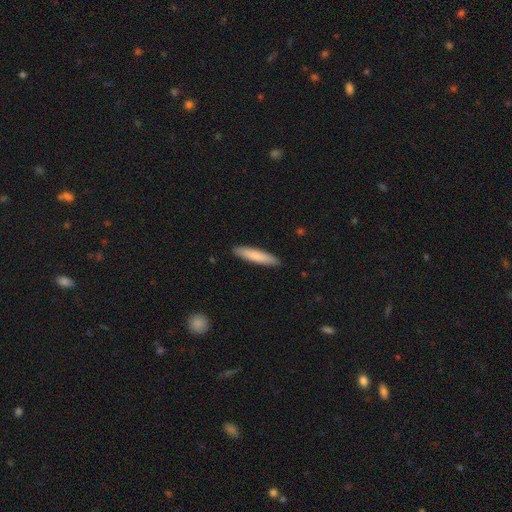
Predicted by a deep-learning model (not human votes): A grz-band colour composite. It shows a smooth galaxy with no disk features (82%) that is cigar-shaped (88%). Merging: none (90%).